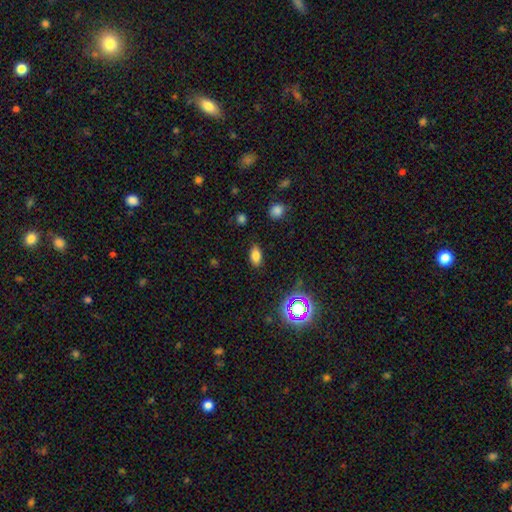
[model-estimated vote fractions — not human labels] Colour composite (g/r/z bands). It shows a smooth galaxy with no disk features (76%) that is in between round and cigar-shaped (88%). Merging: none (84%).